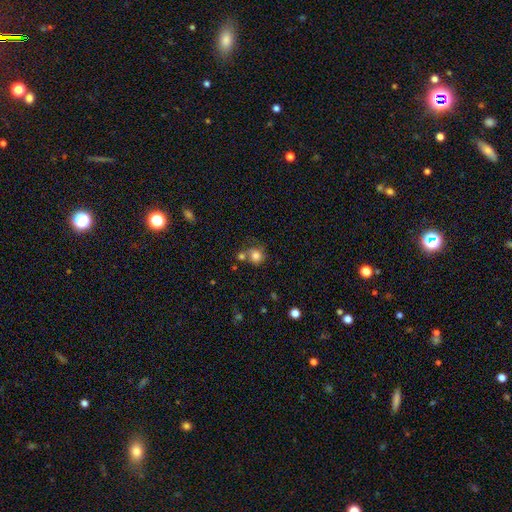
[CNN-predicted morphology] smooth-or-featured: smooth: 75% | featured or disk: 15% | star or artifact: 10%
  how-rounded: round: 83% | in between: 16% | cigar-shaped: 1%
  merging: none: 48% | merger: 24% | minor disturbance: 19% | major disturbance: 10%